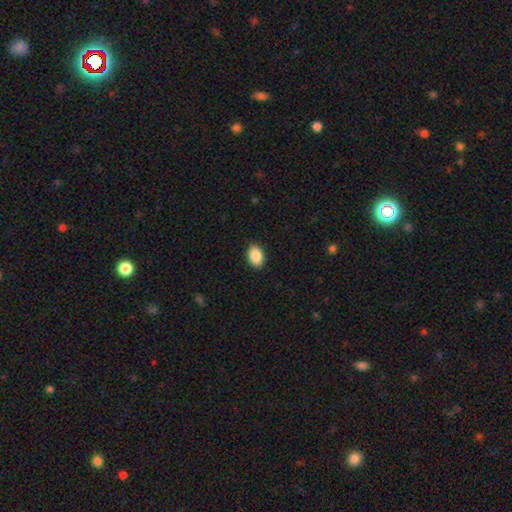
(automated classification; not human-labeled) Smooth or featured?
  - smooth: 89% *
  - star or artifact: 7%
  - featured or disk: 4%
How rounded?
  - in between: 87% *
  - round: 11%
  - cigar-shaped: 1%
Merging?
  - none: 89% *
  - minor disturbance: 8%
  - major disturbance: 2%
  - merger: 1%